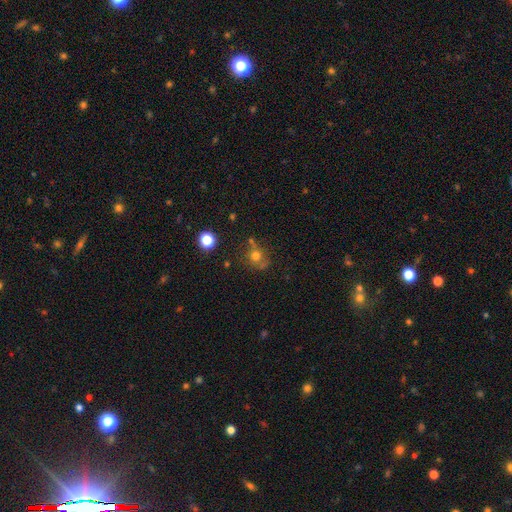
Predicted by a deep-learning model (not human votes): Smooth or featured: smooth — 65% (star or artifact — 19%)
How rounded: round — 83% (in between — 16%)
Merging: none — 59% (minor disturbance — 17%)